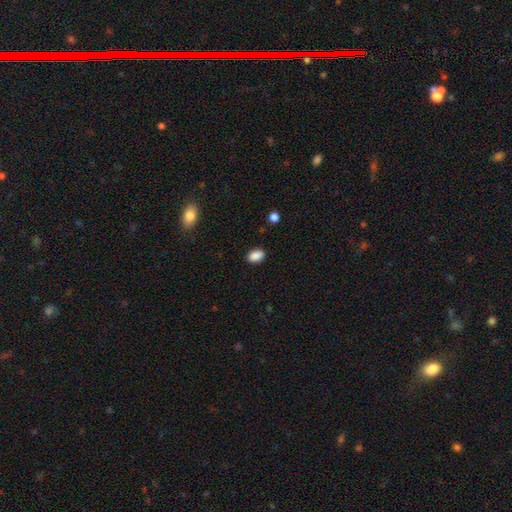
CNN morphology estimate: smooth-or-featured: smooth: 89% | star or artifact: 8% | featured or disk: 3%
  how-rounded: in between: 86% | round: 13% | cigar-shaped: 2%
  merging: none: 87% | minor disturbance: 9% | major disturbance: 2% | merger: 1%